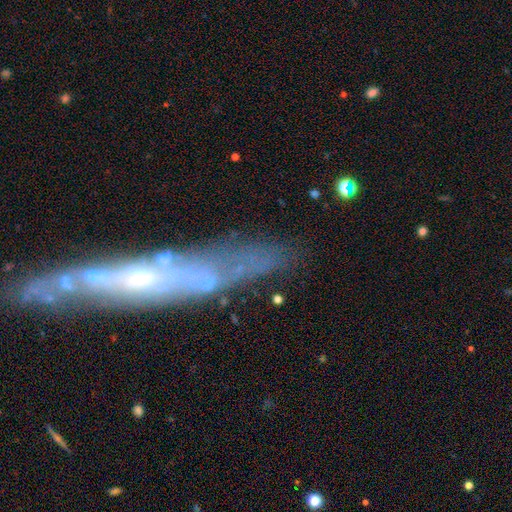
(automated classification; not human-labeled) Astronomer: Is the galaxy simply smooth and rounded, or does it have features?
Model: featured or disk — 63%.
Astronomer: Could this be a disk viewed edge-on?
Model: yes — 58% (runner-up: no, 42%).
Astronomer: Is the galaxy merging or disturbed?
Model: none — 69%.